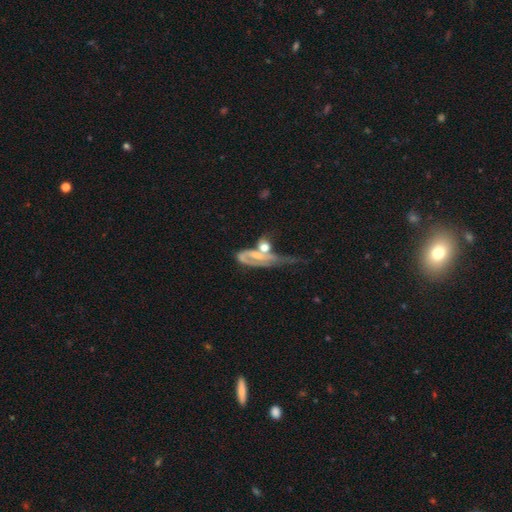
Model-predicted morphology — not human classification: The model was most divided on "bulge size": moderate: 41%, small: 31%, none: 15%, large: 9%, dominant: 3%. Remaining: edge-on disk — no (88%); spiral arms — yes (65%); smooth or featured — featured or disk (62%); bar — no (58%); merging — merger (47%).